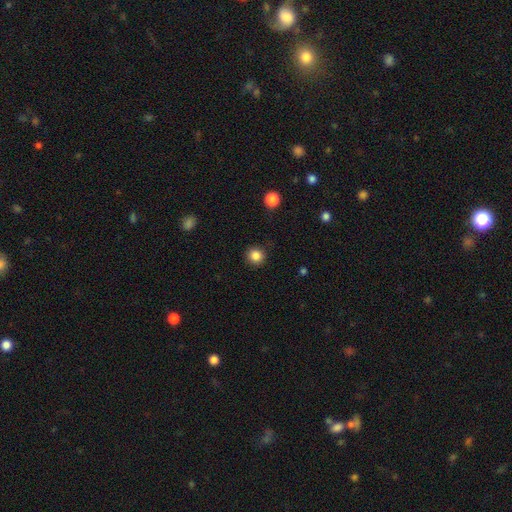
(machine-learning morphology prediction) A smooth galaxy with no disk features (85%) that is round (92%). Merging: none (89%).